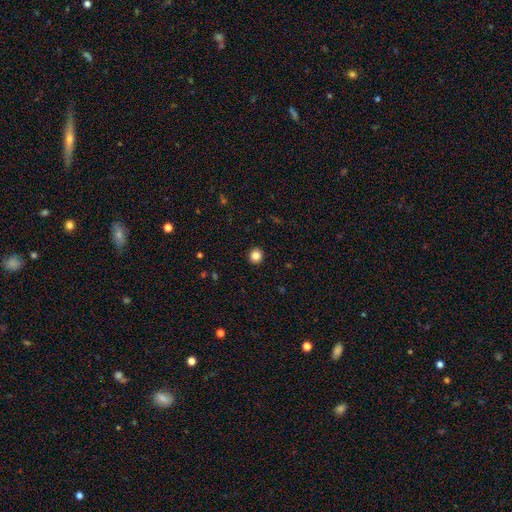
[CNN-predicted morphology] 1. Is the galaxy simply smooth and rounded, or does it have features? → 84% smooth, 11% star or artifact, 5% featured or disk.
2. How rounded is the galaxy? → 91% round, 8% in between, 1% cigar-shaped.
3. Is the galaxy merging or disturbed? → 93% none, 5% minor disturbance, 2% major disturbance, 1% merger.